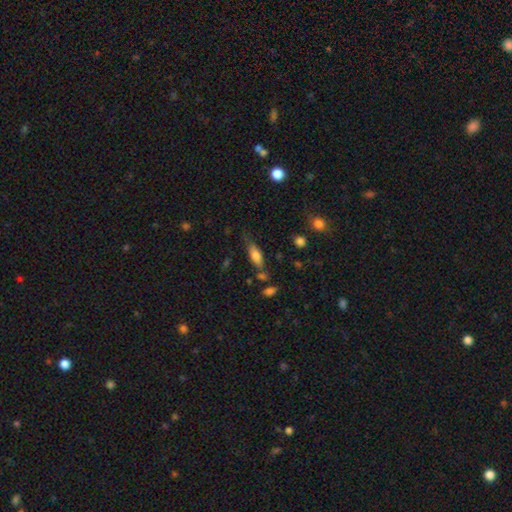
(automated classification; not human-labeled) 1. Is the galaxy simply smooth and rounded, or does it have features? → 74% smooth, 18% featured or disk, 8% star or artifact.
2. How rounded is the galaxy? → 68% in between, 29% cigar-shaped, 3% round.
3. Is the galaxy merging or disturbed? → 60% none, 24% minor disturbance, 8% merger, 8% major disturbance.